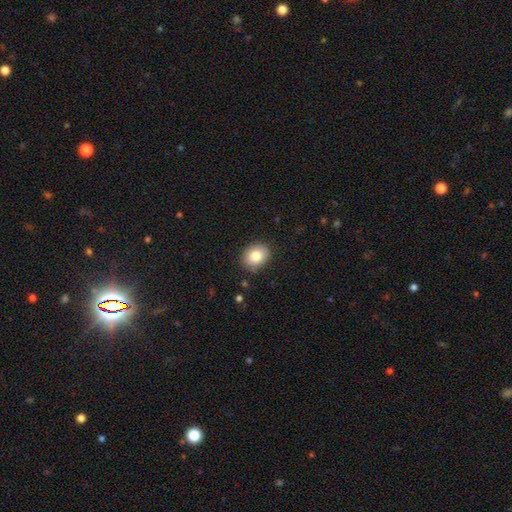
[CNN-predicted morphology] smooth 82%, featured or disk 10%, star or artifact 8%. Down the decision tree: how rounded — round (51%); merging — none (86%).